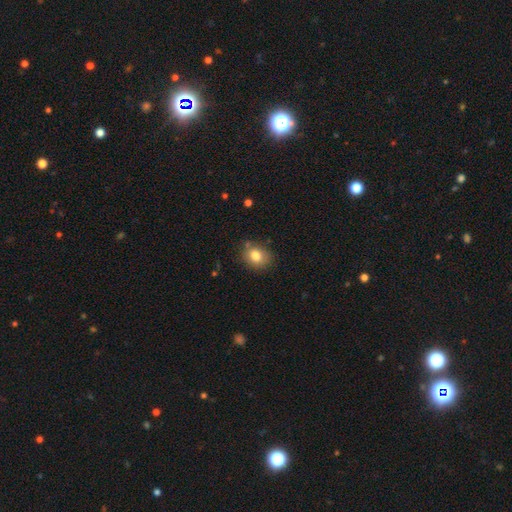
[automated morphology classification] type=smooth (80%); roundness=round (56%); merging=none (78%).